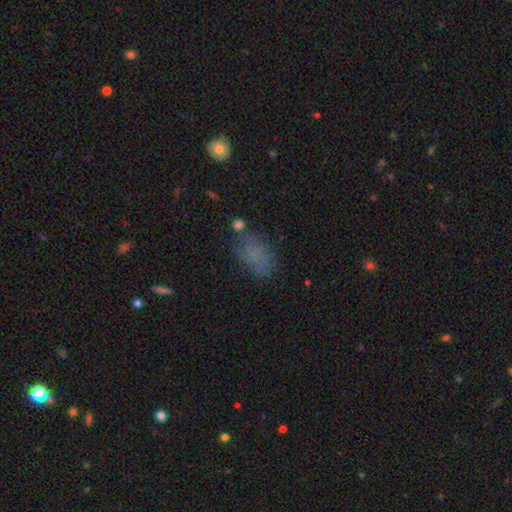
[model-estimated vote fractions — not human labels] smooth_or_featured: smooth (p=0.67) [alt: featured or disk p=0.17]
how_rounded: in between (p=0.87) [alt: round p=0.09]
merging: none (p=0.53) [alt: minor disturbance p=0.25]